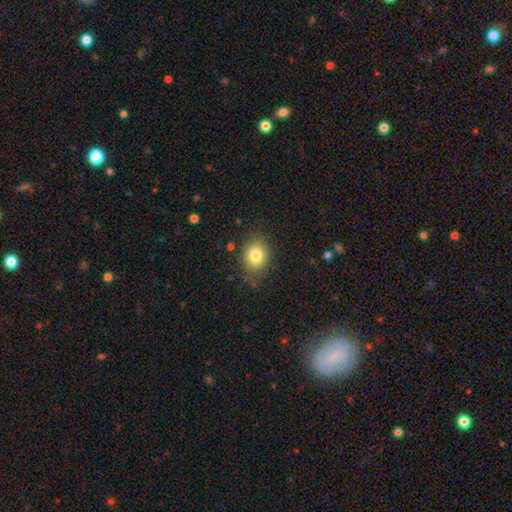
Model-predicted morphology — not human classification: This is clearly a smooth galaxy (80%). How rounded: possibly in between (55%). Merging: clearly none (83%).